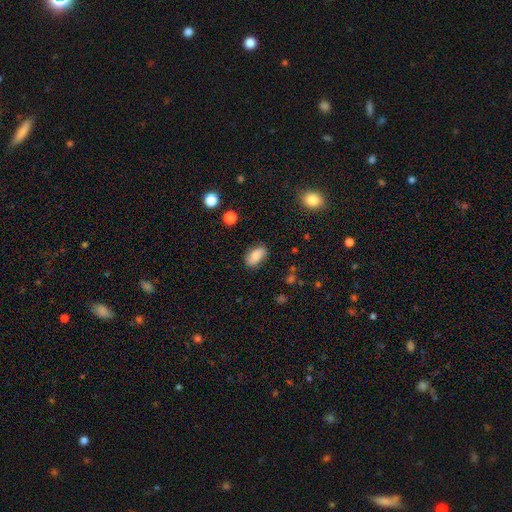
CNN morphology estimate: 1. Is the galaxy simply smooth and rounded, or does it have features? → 80% smooth, 11% featured or disk, 8% star or artifact.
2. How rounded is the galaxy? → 91% in between, 6% round, 3% cigar-shaped.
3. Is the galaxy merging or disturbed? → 81% none, 14% minor disturbance, 3% major disturbance, 2% merger.